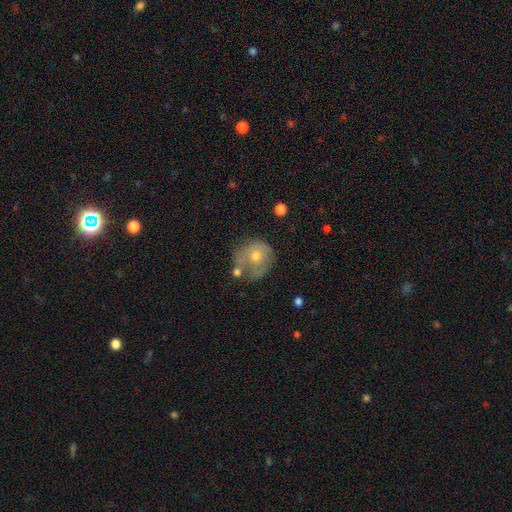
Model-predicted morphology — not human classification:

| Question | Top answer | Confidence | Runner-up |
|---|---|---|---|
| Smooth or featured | smooth | 52% | featured or disk (39%) |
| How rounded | round | 78% | in between (21%) |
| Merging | none | 46% | minor disturbance (26%) |